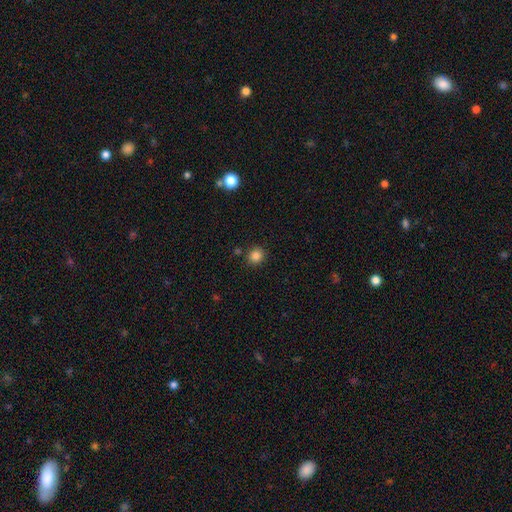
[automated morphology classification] Q: Smooth or featured?
A: smooth (84%); runner-up: star or artifact (12%)
Q: How rounded?
A: round (87%); runner-up: in between (12%)
Q: Merging?
A: none (84%); runner-up: minor disturbance (9%)